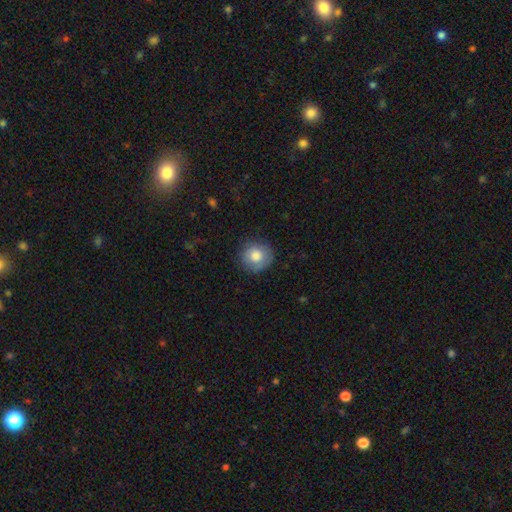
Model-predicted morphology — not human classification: Smooth or featured? Predicted: smooth (p=0.81). How rounded? Predicted: round (p=0.91). Merging? Predicted: none (p=0.80).